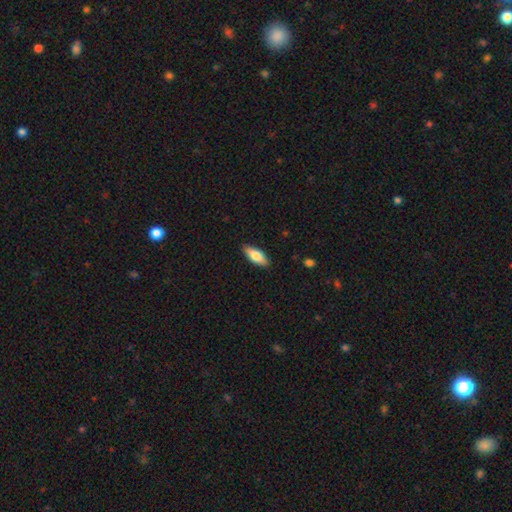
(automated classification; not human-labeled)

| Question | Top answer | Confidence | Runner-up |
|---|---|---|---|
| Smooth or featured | smooth | 76% | featured or disk (18%) |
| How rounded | in between | 76% | cigar-shaped (21%) |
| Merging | none | 89% | minor disturbance (9%) |